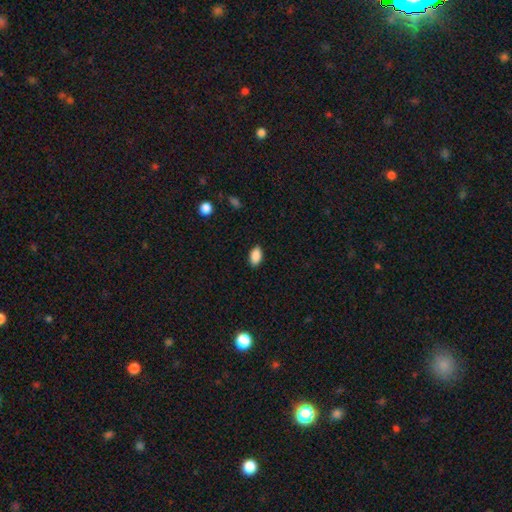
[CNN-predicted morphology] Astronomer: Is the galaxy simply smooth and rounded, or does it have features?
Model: smooth — 89%.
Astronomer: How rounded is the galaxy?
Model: in between — 92%.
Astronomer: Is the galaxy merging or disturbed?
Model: none — 88%.